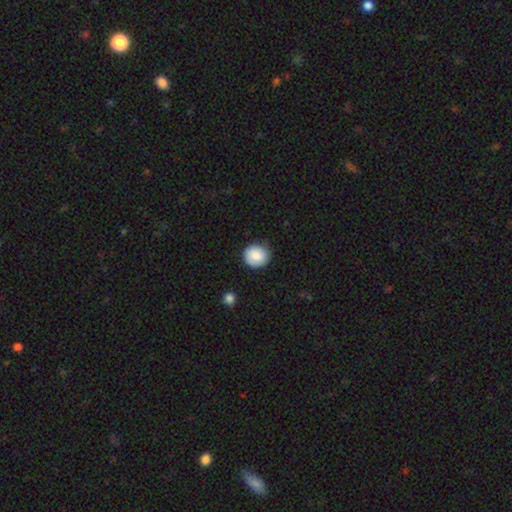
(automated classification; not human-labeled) smooth 86%, star or artifact 7%, featured or disk 7%. Down the decision tree: how rounded — round (88%); merging — none (86%).